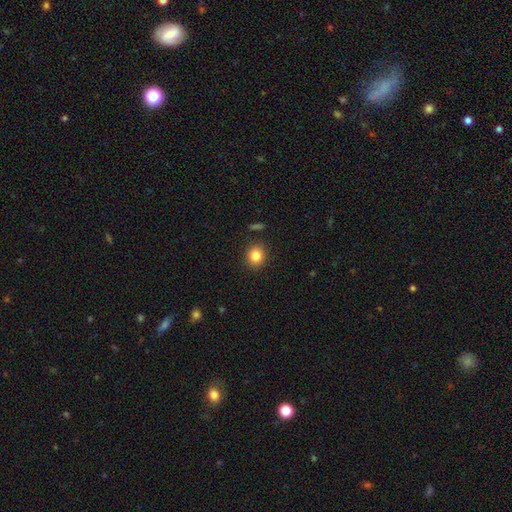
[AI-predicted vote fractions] Morphology: type=smooth (84%); roundness=round (79%); merging=none (89%).